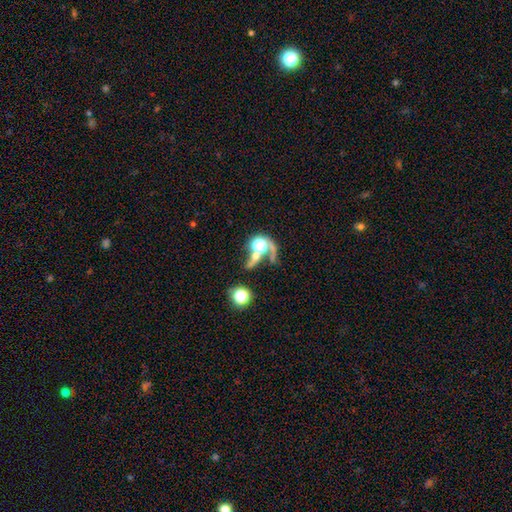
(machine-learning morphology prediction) Overall: featured or disk (44%; smooth 36%). Merging: merger (49%; none 22%).